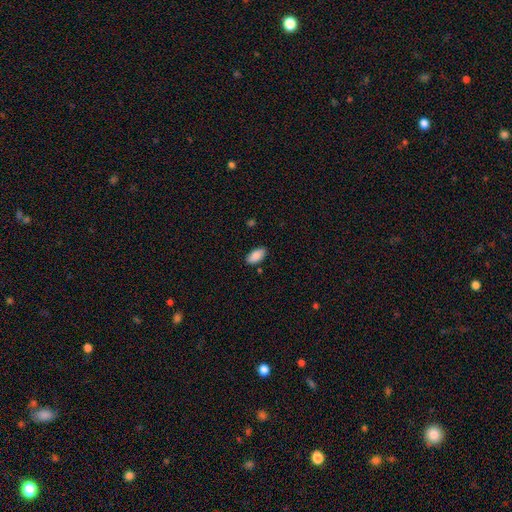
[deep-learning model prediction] A smooth galaxy with no disk features (90%) that is in between round and cigar-shaped (93%). Merging: none (85%).